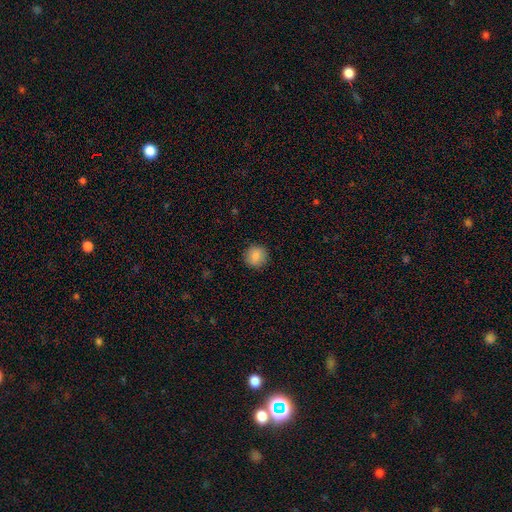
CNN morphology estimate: smooth 87%, star or artifact 9%, featured or disk 4%. Down the decision tree: how rounded — round (94%); merging — none (91%).